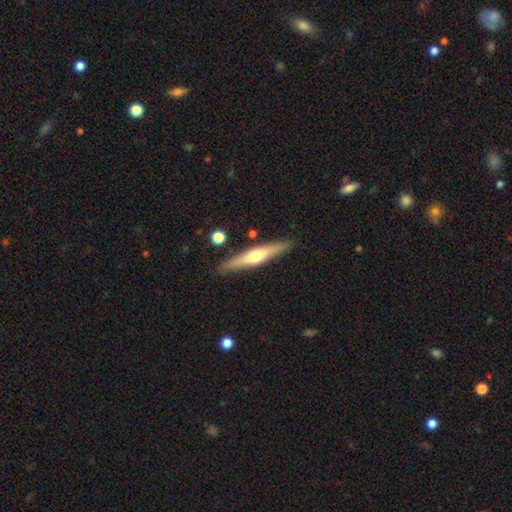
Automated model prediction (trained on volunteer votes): This is possibly a featured or disk galaxy (60%). It is clearly viewed edge-on (95%). Edge-on bulge: clearly rounded (87%). Merging: clearly none (88%).